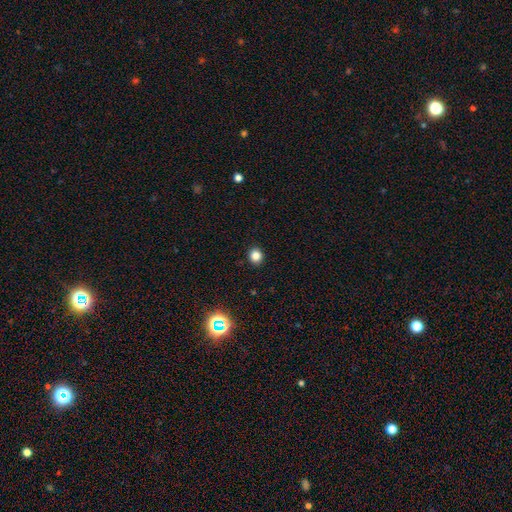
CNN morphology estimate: Smooth or featured? smooth (82%)
How rounded? round (86%)
Merging? none (92%)